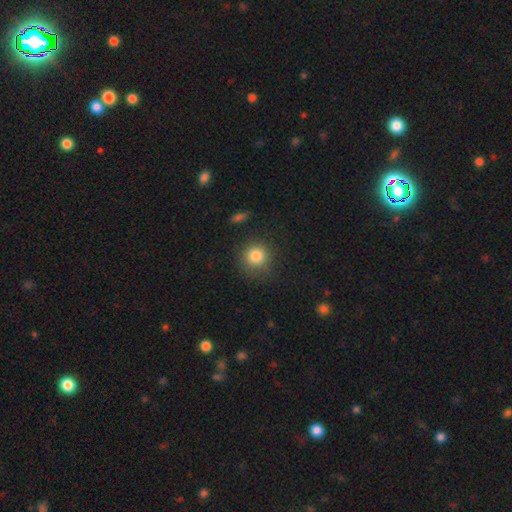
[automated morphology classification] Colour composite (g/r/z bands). It shows a smooth galaxy with no disk features (83%) that is round (92%). Merging: none (82%).